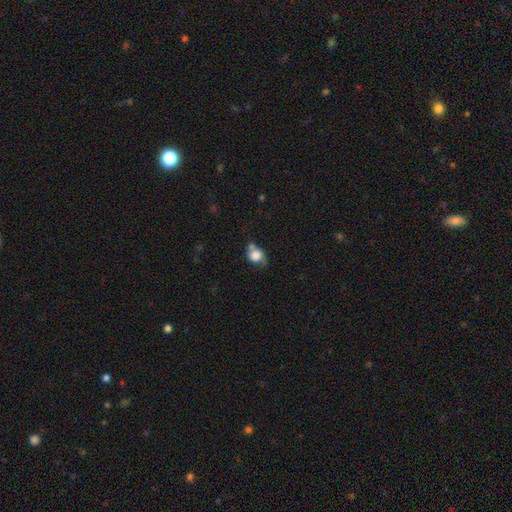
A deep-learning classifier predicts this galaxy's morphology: The model was most divided on "merging": none: 41%, minor disturbance: 27%, merger: 20%, major disturbance: 12%. More confident: smooth or featured — smooth (75%); how rounded — round (66%).